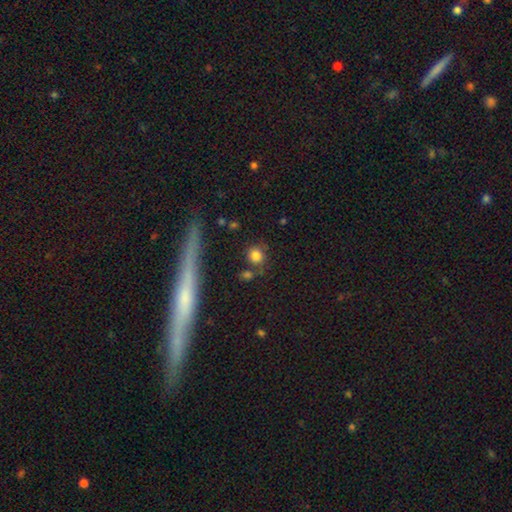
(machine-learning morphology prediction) A smooth galaxy with no disk features (80%) that is round (84%). Merging: none (73%).